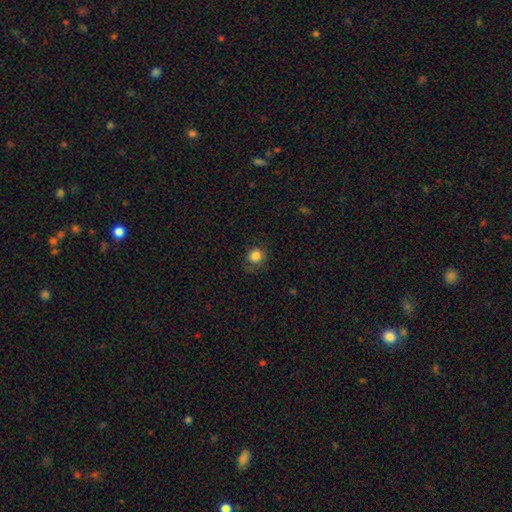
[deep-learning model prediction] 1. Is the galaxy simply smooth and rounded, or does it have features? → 83% smooth, 11% star or artifact, 6% featured or disk.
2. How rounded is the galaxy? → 88% round, 12% in between, 1% cigar-shaped.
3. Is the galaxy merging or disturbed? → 74% none, 17% minor disturbance, 7% major disturbance, 1% merger.